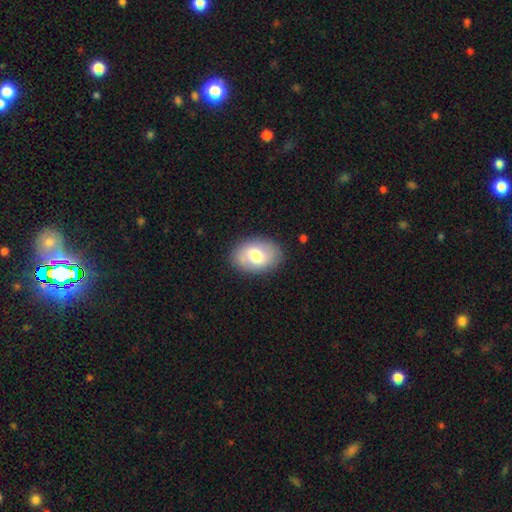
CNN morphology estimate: smooth_or_featured: smooth (p=0.67) [alt: featured or disk p=0.26]
how_rounded: in between (p=0.81) [alt: round p=0.18]
merging: none (p=0.85) [alt: minor disturbance p=0.11]